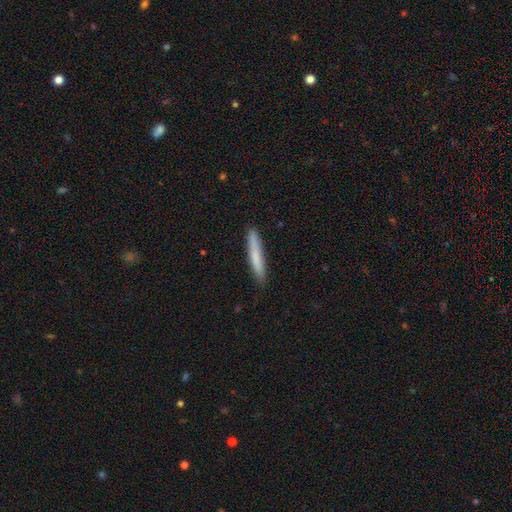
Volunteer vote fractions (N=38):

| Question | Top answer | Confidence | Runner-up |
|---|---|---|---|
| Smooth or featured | smooth | 63% | featured or disk (32%) |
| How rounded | cigar-shaped | 100% | — |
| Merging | none | 83% | minor disturbance (17%) |